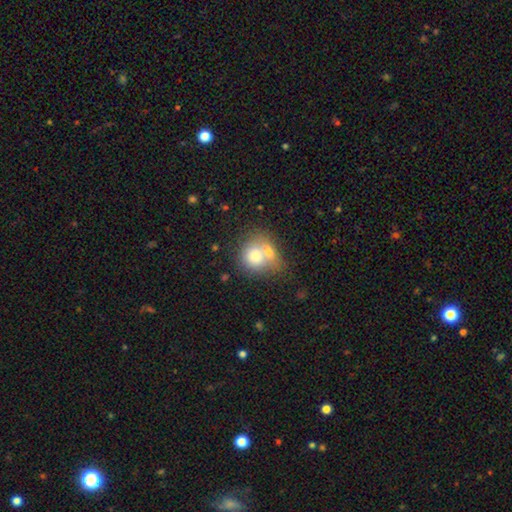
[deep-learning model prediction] Smooth or featured: smooth — 73% (featured or disk — 18%)
How rounded: round — 69% (in between — 30%)
Merging: merger — 59% (none — 26%)